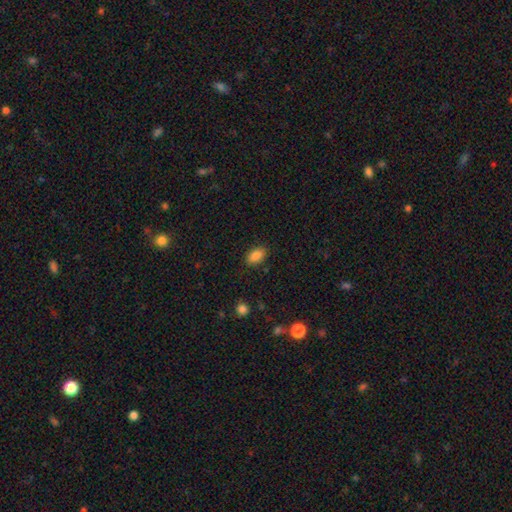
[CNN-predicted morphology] This appears to be a smooth galaxy with no disk features (87%) that is in between round and cigar-shaped (91%). Merging: none (87%).